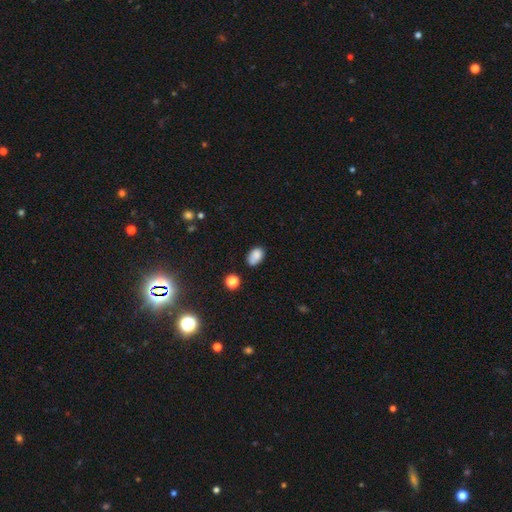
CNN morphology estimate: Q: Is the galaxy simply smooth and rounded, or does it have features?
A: smooth — 83%.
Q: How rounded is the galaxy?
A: in between — 86%.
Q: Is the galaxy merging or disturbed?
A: none — 64%.